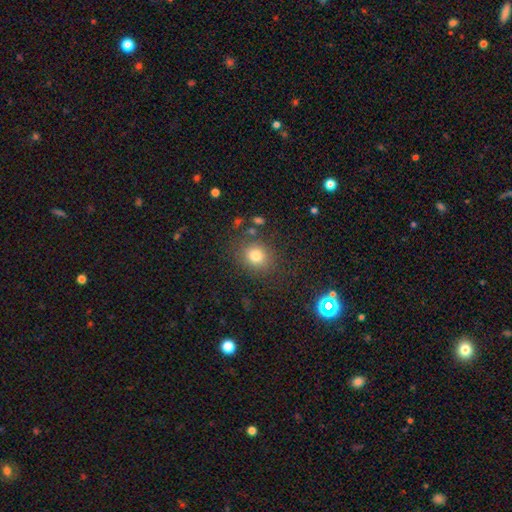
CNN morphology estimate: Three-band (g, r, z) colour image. It shows a smooth galaxy with no disk features (79%) that is round (73%). Merging: none (80%).